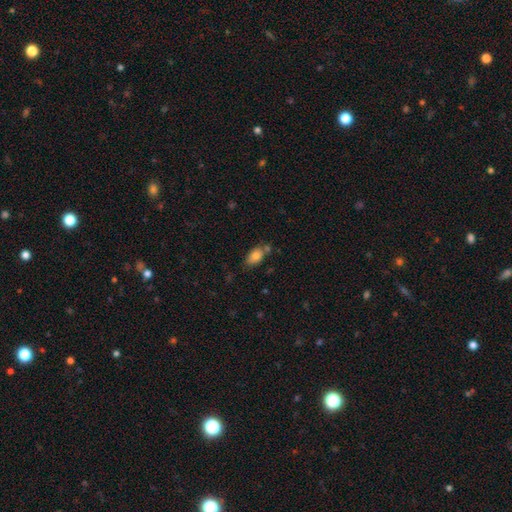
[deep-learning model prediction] Smooth or featured? smooth (82%)
How rounded? in between (90%)
Merging? none (62%)